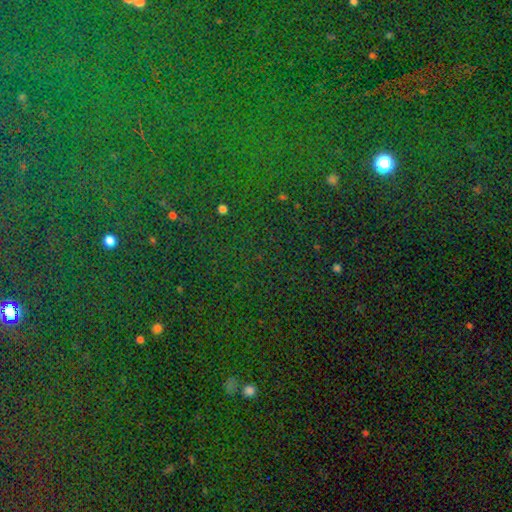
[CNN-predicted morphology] The model was most divided on "smooth or featured": star or artifact: 81%, smooth: 11%, featured or disk: 8%.